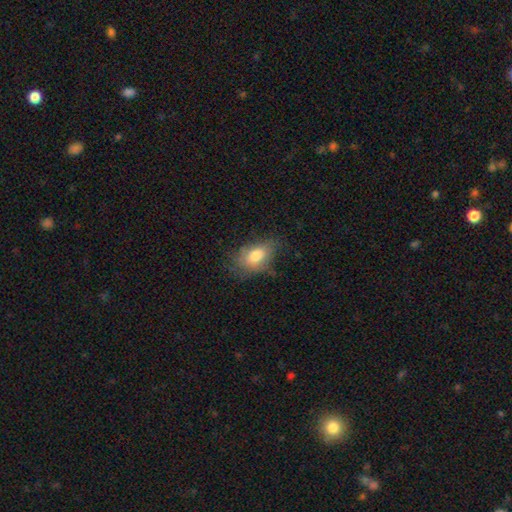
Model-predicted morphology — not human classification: Overall: smooth (75%). How rounded: in between (86%). Merging: none (57%; minor disturbance 28%).